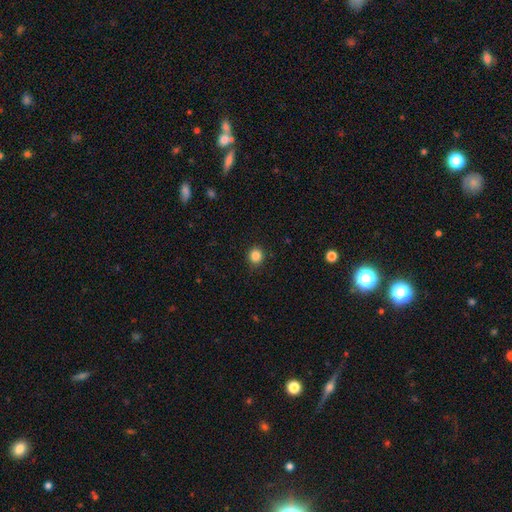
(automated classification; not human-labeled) This is clearly a smooth galaxy (85%). How rounded: clearly round (90%). Merging: clearly none (89%).